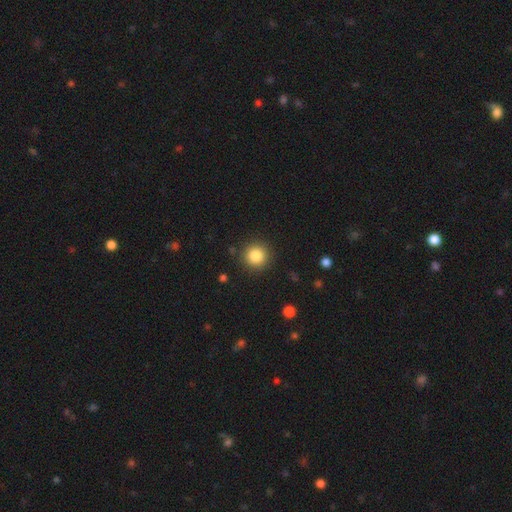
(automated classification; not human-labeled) This appears to be a smooth galaxy with no disk features (85%) that is round (94%). Merging: none (89%).